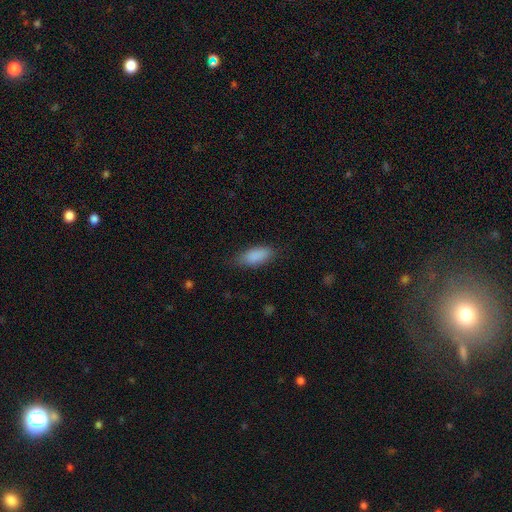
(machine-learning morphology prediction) A smooth galaxy with no disk features (88%) that is in between round and cigar-shaped (86%).

Vote fractions:
- Smooth or featured? smooth: 88% / star or artifact: 7% / featured or disk: 5%
- How rounded? in between: 86% / cigar-shaped: 12% / round: 2%
- Merging? none: 75% / minor disturbance: 19% / major disturbance: 5% / merger: 1%